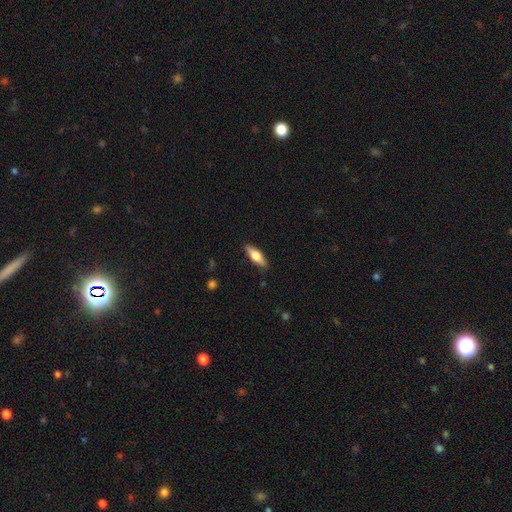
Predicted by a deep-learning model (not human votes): This appears to be a smooth galaxy with no disk features (61%) that is in between round and cigar-shaped (59%). Merging: none (86%).